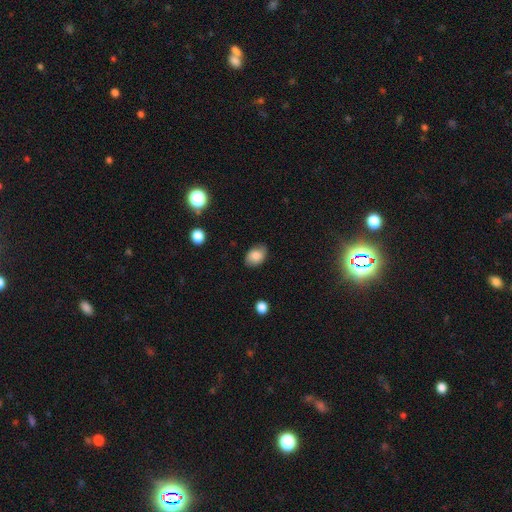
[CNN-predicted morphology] Smooth or featured? Predicted: smooth (p=0.79). How rounded? Predicted: in between (p=0.79). Merging? Predicted: none (p=0.77).